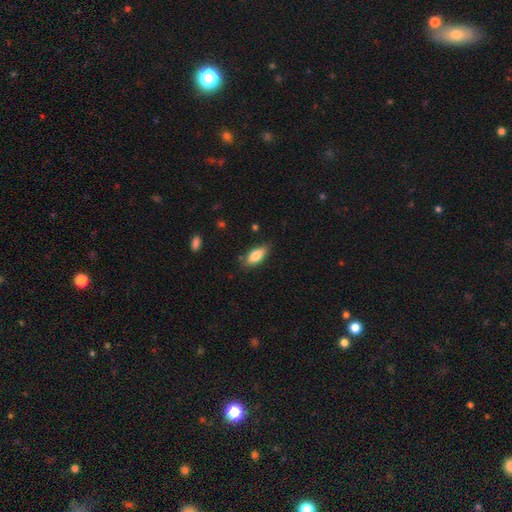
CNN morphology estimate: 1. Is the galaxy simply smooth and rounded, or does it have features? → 79% smooth, 15% featured or disk, 7% star or artifact.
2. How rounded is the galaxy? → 82% in between, 15% cigar-shaped, 3% round.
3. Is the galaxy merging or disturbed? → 80% none, 16% minor disturbance, 3% major disturbance, 2% merger.